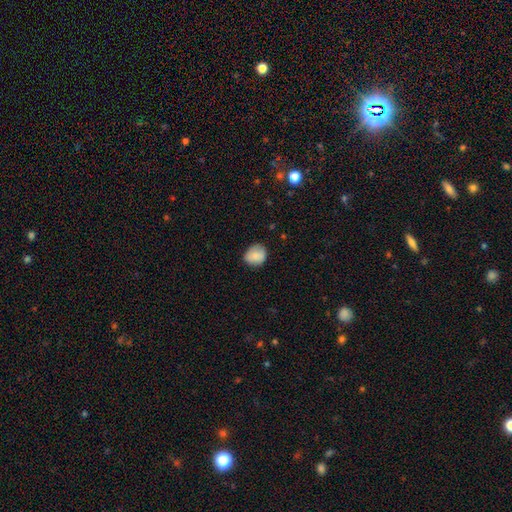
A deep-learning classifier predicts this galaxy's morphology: Smooth or featured?
  - smooth: 82% *
  - featured or disk: 11%
  - star or artifact: 8%
How rounded?
  - round: 68% *
  - in between: 31%
  - cigar-shaped: 1%
Merging?
  - none: 75% *
  - minor disturbance: 20%
  - major disturbance: 4%
  - merger: 1%